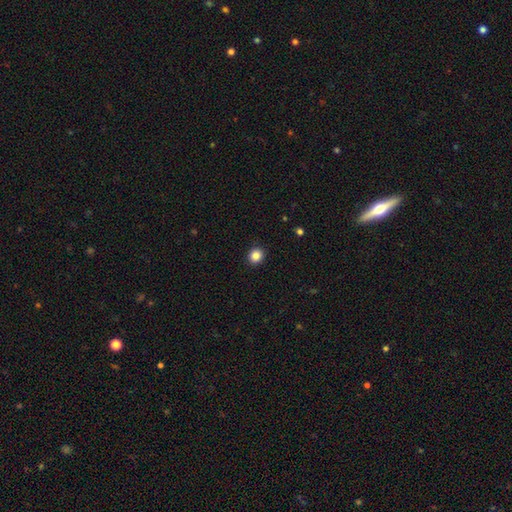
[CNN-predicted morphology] smooth-or-featured: smooth: 86% | star or artifact: 10% | featured or disk: 4%
  how-rounded: round: 77% | in between: 22% | cigar-shaped: 1%
  merging: none: 91% | minor disturbance: 6% | major disturbance: 2% | merger: 1%